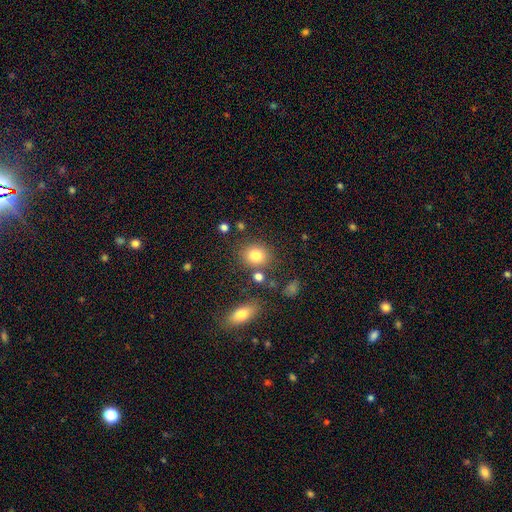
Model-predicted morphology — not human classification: Smooth or featured: smooth — 81% (star or artifact — 11%)
How rounded: round — 69% (in between — 29%)
Merging: none — 76% (minor disturbance — 11%)